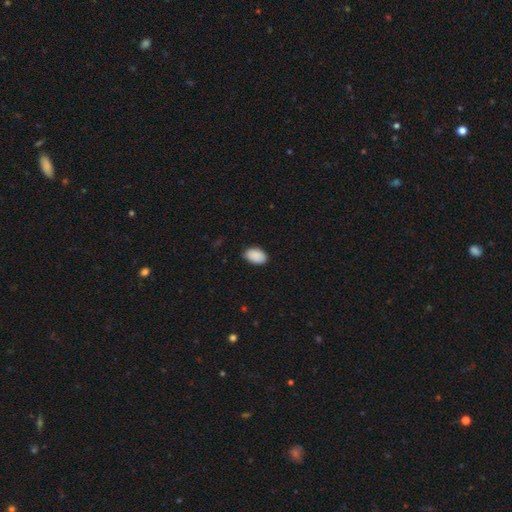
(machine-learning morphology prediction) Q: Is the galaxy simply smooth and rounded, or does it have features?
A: smooth — 91%.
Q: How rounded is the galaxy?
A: in between — 93%.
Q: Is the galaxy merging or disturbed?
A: none — 87%.